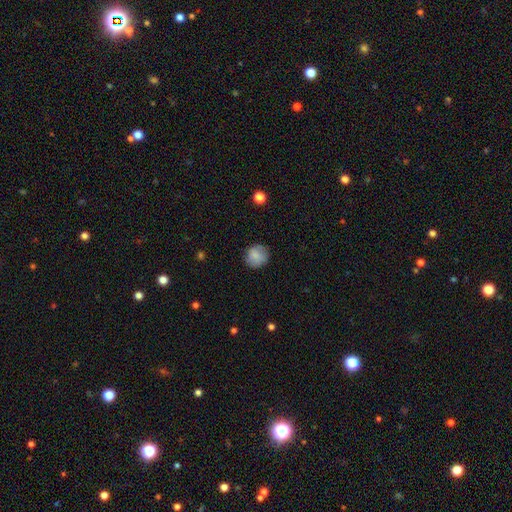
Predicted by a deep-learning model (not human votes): This appears to be a smooth galaxy with no disk features (83%) that is round (87%). Merging: none (83%).